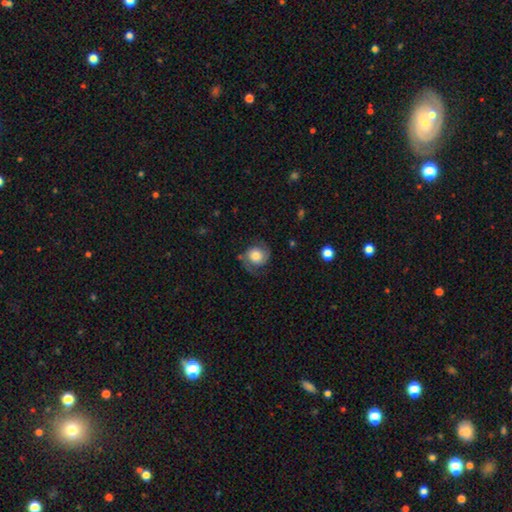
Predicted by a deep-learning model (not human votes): Smooth or featured? Predicted: featured or disk (p=0.56). Edge-on disk? Predicted: no (p=0.98). Bar? Predicted: no (p=0.75). Spiral arms? Predicted: yes (p=0.91). Bulge size? Predicted: large (p=0.40). Merging? Predicted: none (p=0.66).